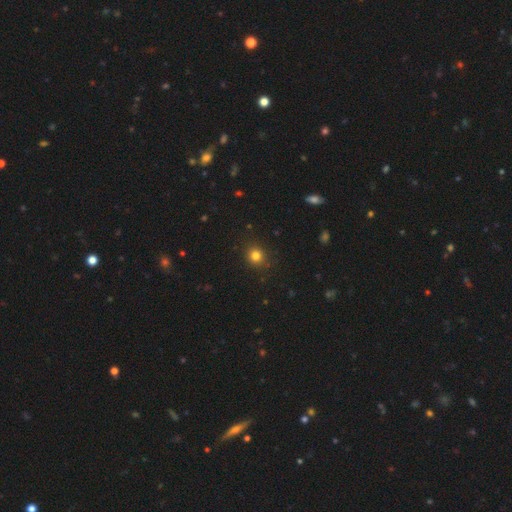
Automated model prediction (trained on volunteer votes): smooth-or-featured: smooth: 80% | star or artifact: 14% | featured or disk: 5%
  how-rounded: round: 86% | in between: 13% | cigar-shaped: 1%
  merging: none: 89% | minor disturbance: 7% | major disturbance: 2% | merger: 1%